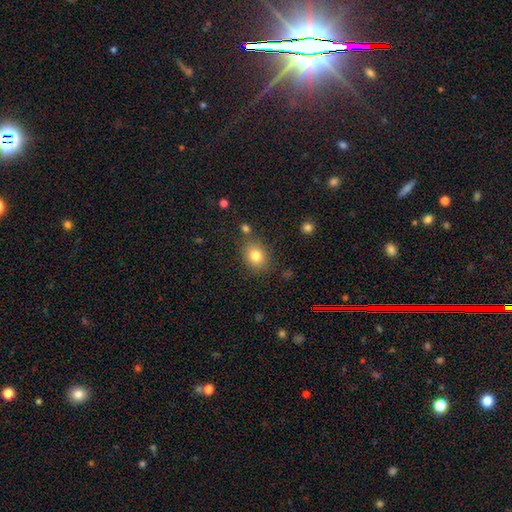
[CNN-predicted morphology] smooth 81%, star or artifact 11%, featured or disk 9%. Down the decision tree: how rounded — round (50%); merging — none (79%).